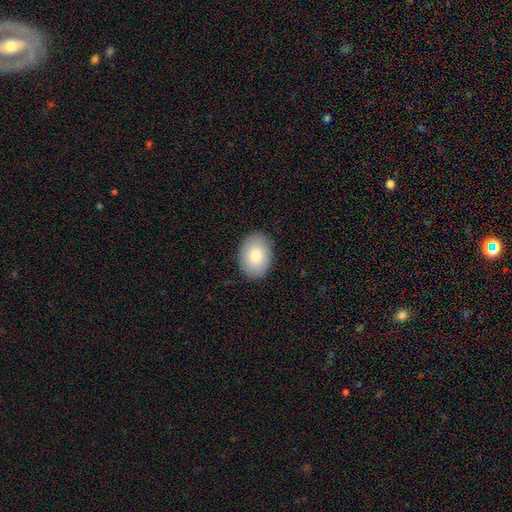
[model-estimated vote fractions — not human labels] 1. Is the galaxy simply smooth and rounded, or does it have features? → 82% smooth, 12% featured or disk, 6% star or artifact.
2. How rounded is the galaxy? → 77% in between, 22% round, 1% cigar-shaped.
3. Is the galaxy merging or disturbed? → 88% none, 9% minor disturbance, 2% major disturbance, 1% merger.